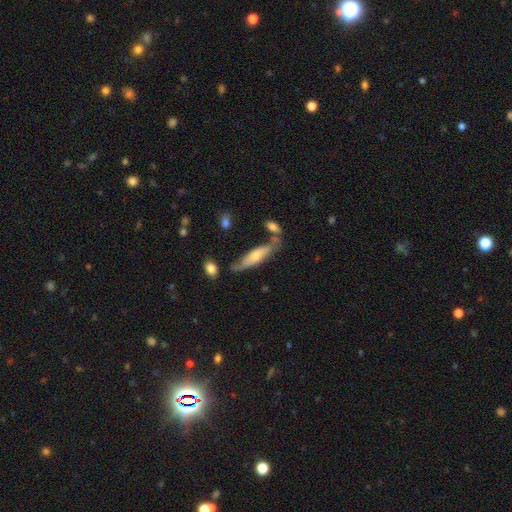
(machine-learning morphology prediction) Smooth or featured?
  - smooth: 53% *
  - featured or disk: 41%
  - star or artifact: 6%
How rounded?
  - cigar-shaped: 70% *
  - in between: 29%
  - round: 2%
Merging?
  - none: 60% *
  - minor disturbance: 22%
  - merger: 12%
  - major disturbance: 6%